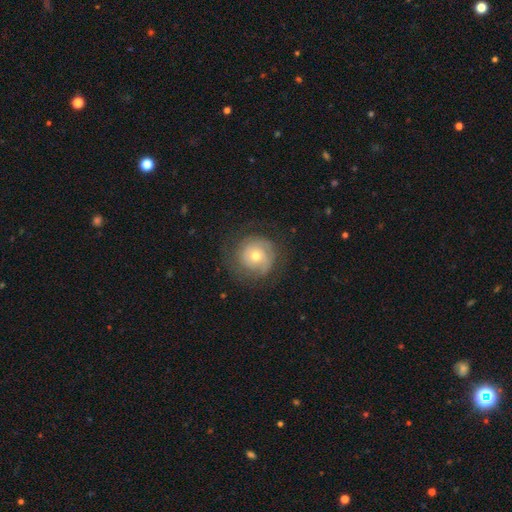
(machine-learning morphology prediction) This appears to be a featured or disk galaxy (54%) with no bar (82%), spiral arms (76%) and a moderate central bulge (63%). Merging: none (73%).